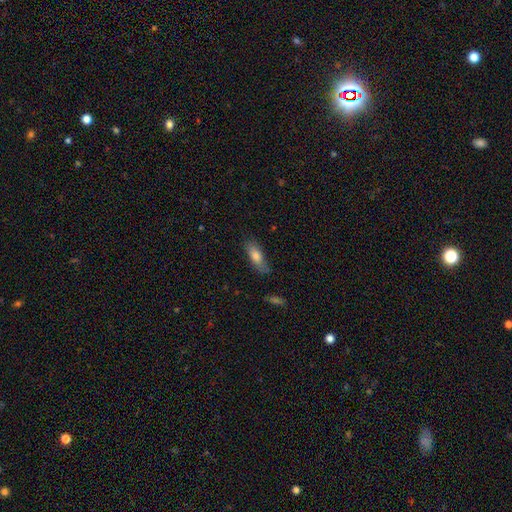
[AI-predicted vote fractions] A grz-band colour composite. It shows a smooth galaxy with no disk features (75%) that is in between round and cigar-shaped (63%). Merging: none (74%).